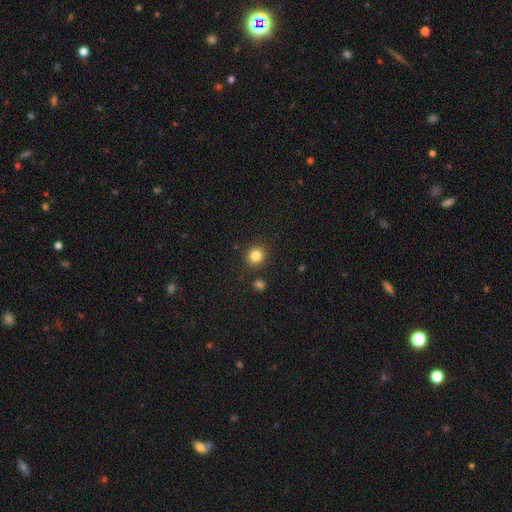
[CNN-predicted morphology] This appears to be a smooth galaxy with no disk features (83%) that is round (88%). Merging: none (88%).